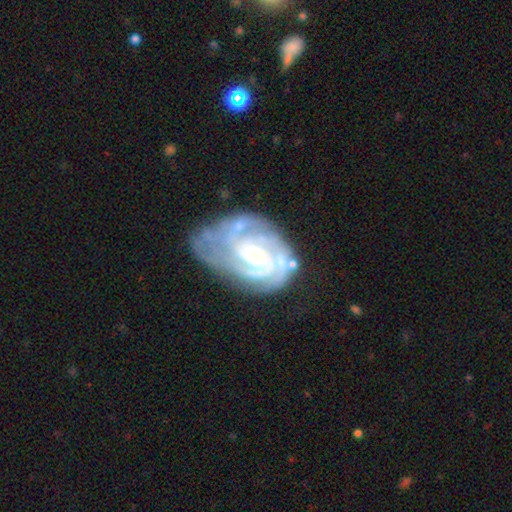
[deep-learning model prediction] Overall: featured or disk (88%). Edge-on disk: no (97%). Bar: no (57%; weak 34%). Spiral arms: yes (96%). Spiral arm count: 2 (29%; 3 26%). Spiral winding: tight (69%). Bulge size: small (53%; moderate 42%). Merging: none (56%; minor disturbance 26%).